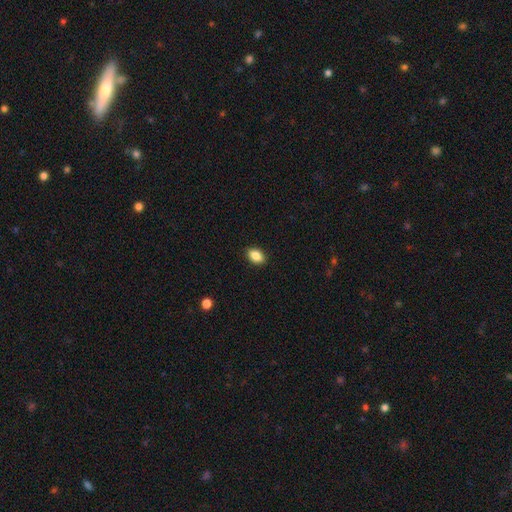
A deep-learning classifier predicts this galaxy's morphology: smooth-or-featured: smooth: 87% | star or artifact: 8% | featured or disk: 5%
  how-rounded: in between: 85% | round: 13% | cigar-shaped: 2%
  merging: none: 89% | minor disturbance: 8% | major disturbance: 2% | merger: 1%